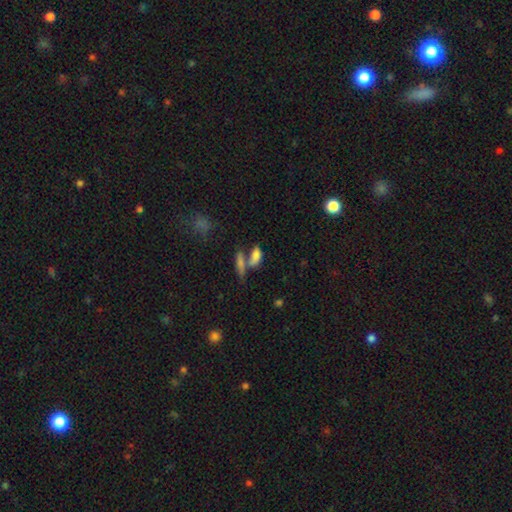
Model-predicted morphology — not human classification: This appears to be a smooth galaxy with no disk features (74%) that is in between round and cigar-shaped (71%). Merging: merger (47%).